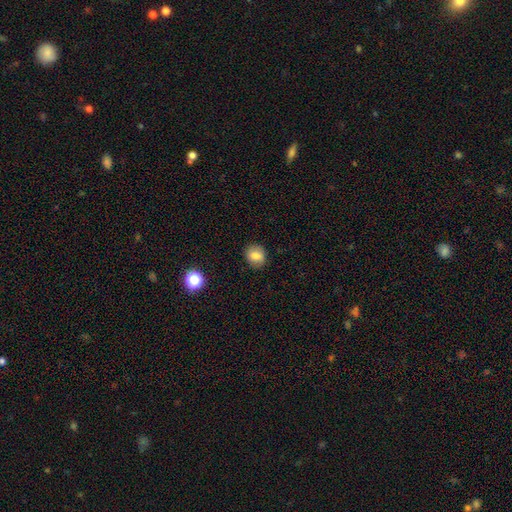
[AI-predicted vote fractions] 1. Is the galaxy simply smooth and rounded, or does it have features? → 77% smooth, 12% featured or disk, 11% star or artifact.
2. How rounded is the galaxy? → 70% round, 29% in between, 1% cigar-shaped.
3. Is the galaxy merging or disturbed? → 87% none, 9% minor disturbance, 2% major disturbance, 1% merger.